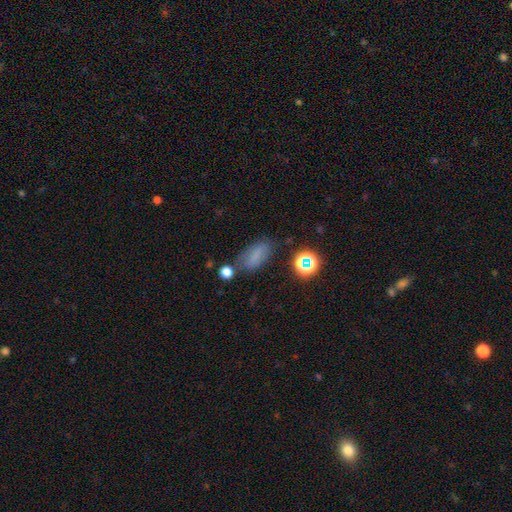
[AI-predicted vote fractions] smooth-or-featured: smooth: 70% | star or artifact: 17% | featured or disk: 13%
  how-rounded: in between: 82% | cigar-shaped: 10% | round: 8%
  merging: none: 66% | minor disturbance: 20% | merger: 7% | major disturbance: 7%